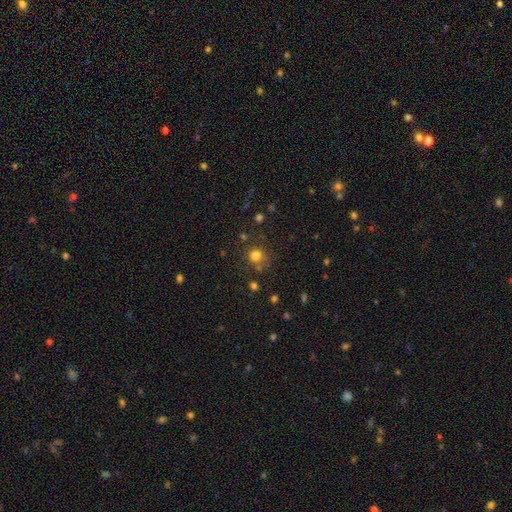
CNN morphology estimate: type=smooth (76%); roundness=round (82%); merging=none (65%).